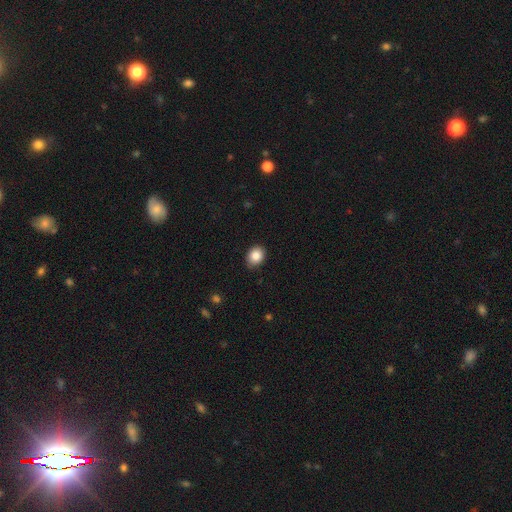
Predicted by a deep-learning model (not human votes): The model was most divided on "how rounded": round: 51%, in between: 48%, cigar-shaped: 1%. More confident: smooth or featured — smooth (86%); merging — none (82%).